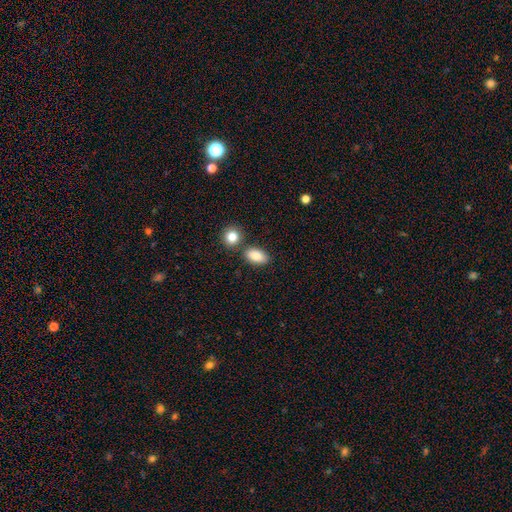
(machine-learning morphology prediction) Smooth or featured: smooth — 85% (star or artifact — 8%)
How rounded: in between — 88% (round — 9%)
Merging: none — 73% (merger — 13%)